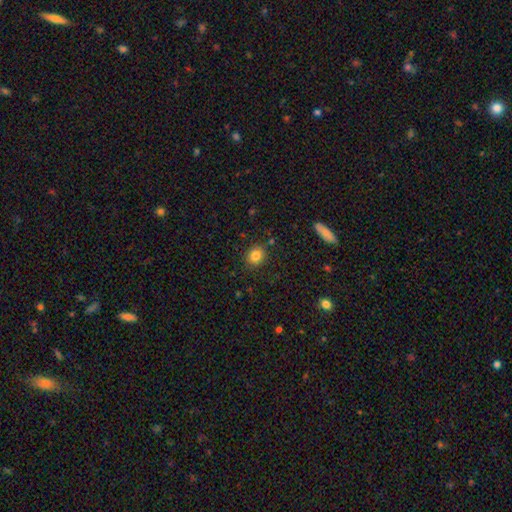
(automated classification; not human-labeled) The model was most divided on "how rounded": round: 73%, in between: 26%, cigar-shaped: 1%. More confident: merging — none (86%); smooth or featured — smooth (82%).